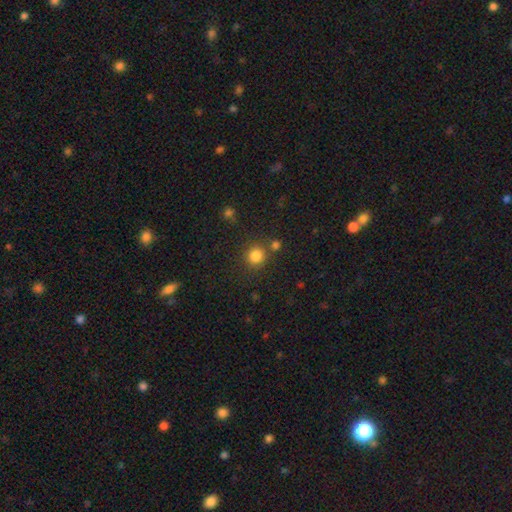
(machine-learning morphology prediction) The model was most divided on "merging": none: 77%, merger: 11%, minor disturbance: 8%, major disturbance: 3%. More confident: how rounded — round (91%); smooth or featured — smooth (82%).